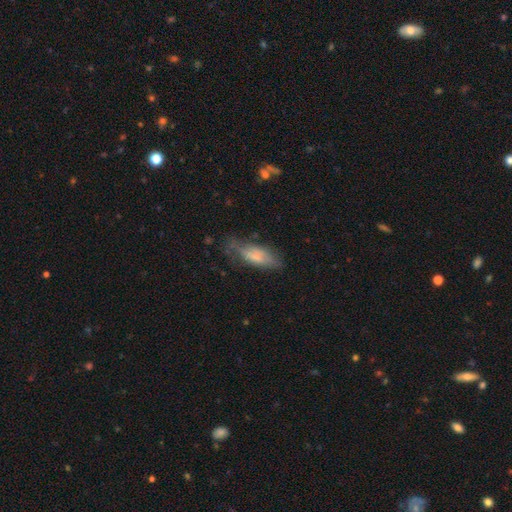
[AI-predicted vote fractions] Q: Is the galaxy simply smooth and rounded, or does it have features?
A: smooth — 64%.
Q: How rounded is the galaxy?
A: in between — 64%.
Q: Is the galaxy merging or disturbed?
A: none — 50%.